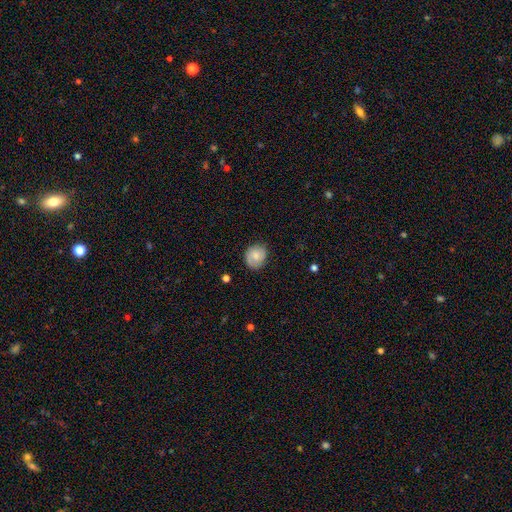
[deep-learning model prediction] A smooth galaxy with no disk features (68%) that is round (74%). Merging: none (75%).